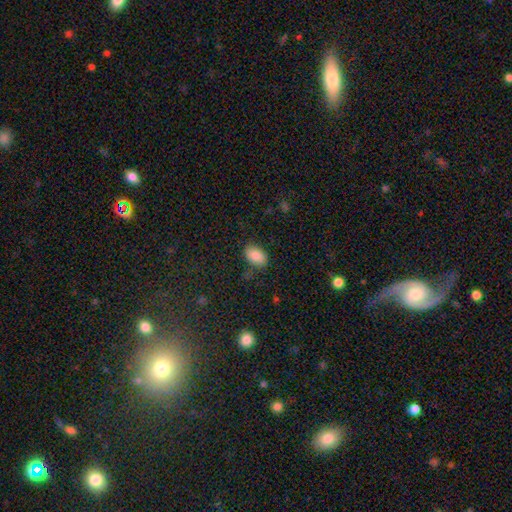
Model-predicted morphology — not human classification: A smooth galaxy with no disk features (86%) that is in between round and cigar-shaped (90%).

Vote fractions:
- Smooth or featured? smooth: 86% / star or artifact: 8% / featured or disk: 7%
- How rounded? in between: 90% / round: 9% / cigar-shaped: 1%
- Merging? none: 79% / minor disturbance: 15% / major disturbance: 4% / merger: 2%